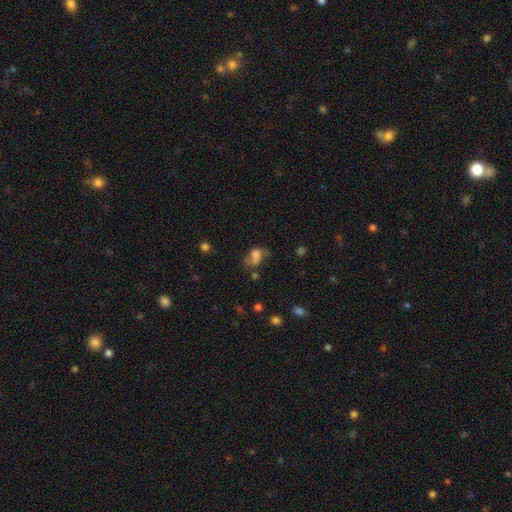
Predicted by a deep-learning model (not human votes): smooth-or-featured: smooth: 63% | featured or disk: 22% | star or artifact: 15%
  how-rounded: in between: 69% | round: 29% | cigar-shaped: 2%
  merging: none: 32% | major disturbance: 26% | minor disturbance: 25% | merger: 17%